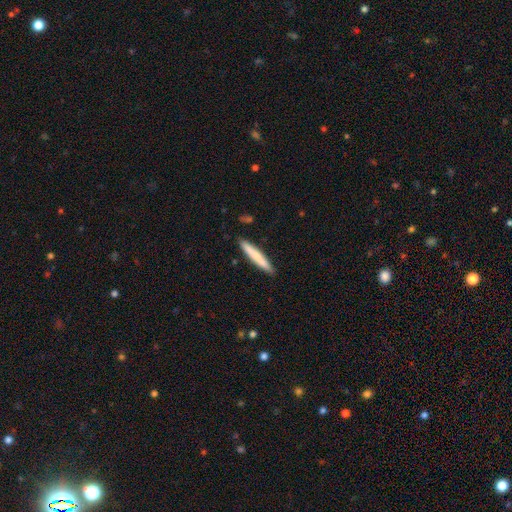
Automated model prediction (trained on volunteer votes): This is likely a smooth galaxy (75%). How rounded: clearly cigar-shaped (95%). Merging: clearly none (90%).